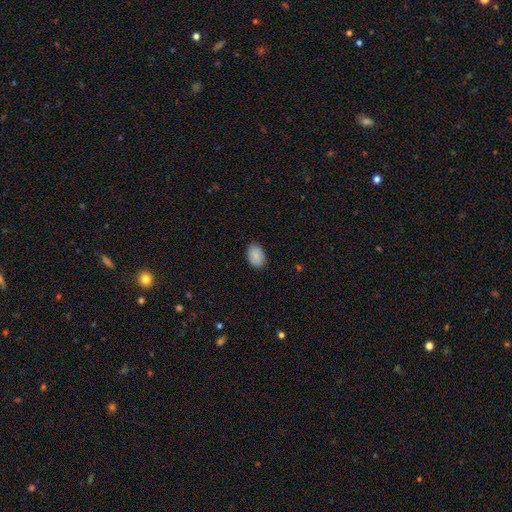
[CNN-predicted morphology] The model was most divided on "how rounded": in between: 87%, round: 12%, cigar-shaped: 1%. More confident: smooth or featured — smooth (88%); merging — none (86%).